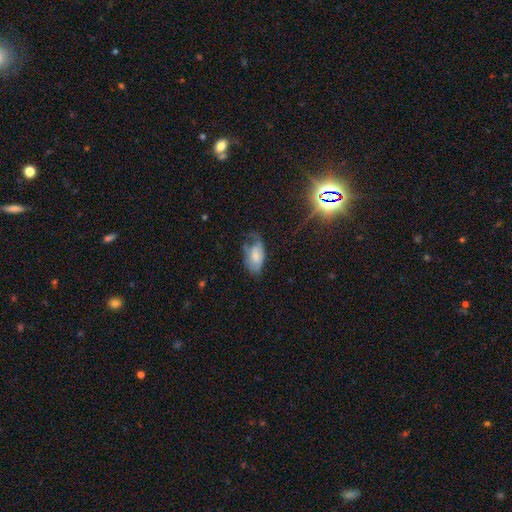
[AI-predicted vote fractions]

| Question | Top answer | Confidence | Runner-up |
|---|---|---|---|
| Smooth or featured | smooth | 63% | featured or disk (28%) |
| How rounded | in between | 92% | round (5%) |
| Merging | minor disturbance | 34% | major disturbance (32%) |